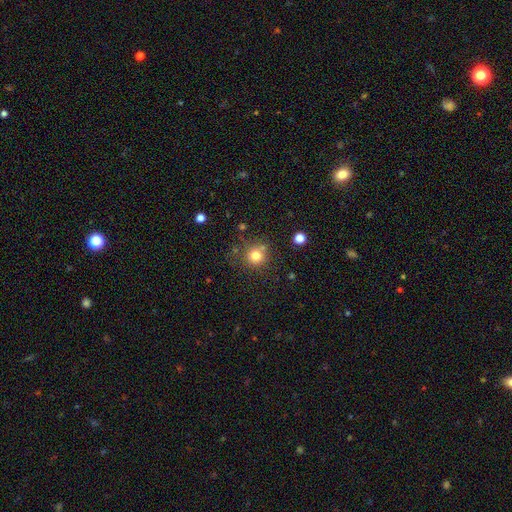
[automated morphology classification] type=smooth (78%); roundness=round (92%); merging=none (74%).